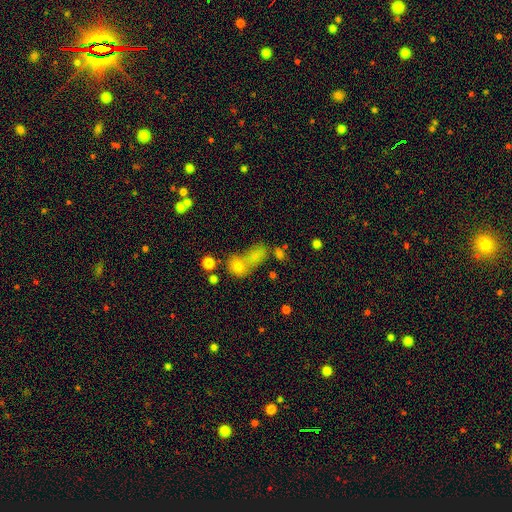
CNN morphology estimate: Overall: smooth (72%). How rounded: in between (68%). Merging: merger (50%; none 31%).